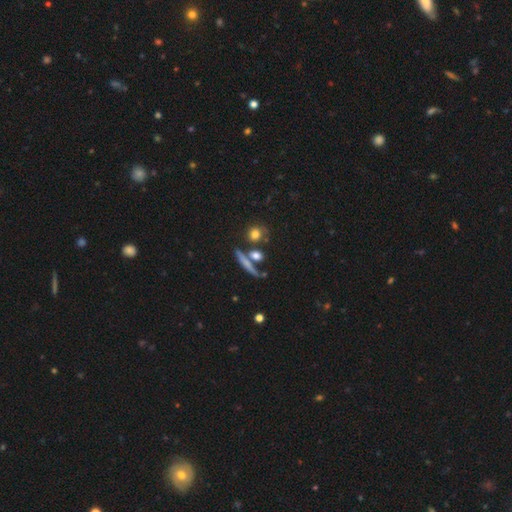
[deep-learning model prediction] A smooth galaxy with no disk features (62%) that is round (43%).

Vote fractions:
- Smooth or featured? smooth: 62% / featured or disk: 27% / star or artifact: 11%
- How rounded? round: 43% / cigar-shaped: 36% / in between: 21%
- Merging? none: 62% / merger: 19% / minor disturbance: 13% / major disturbance: 6%